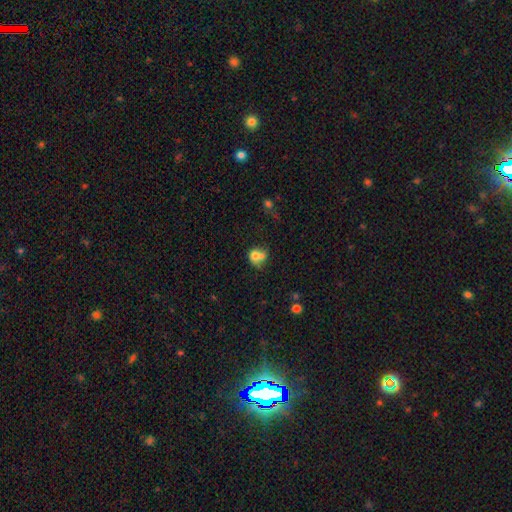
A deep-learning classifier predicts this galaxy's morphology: The model was most divided on "how rounded": round: 58%, in between: 41%, cigar-shaped: 1%. More confident: smooth or featured — smooth (68%); merging — merger (51%).